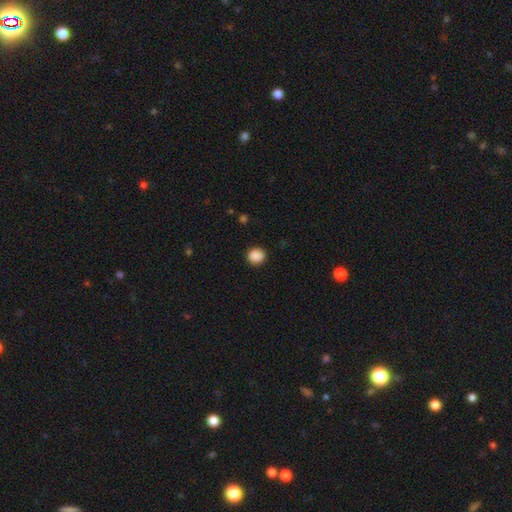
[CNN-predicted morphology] Smooth or featured? Predicted: smooth (p=0.89). How rounded? Predicted: round (p=0.86). Merging? Predicted: none (p=0.90).